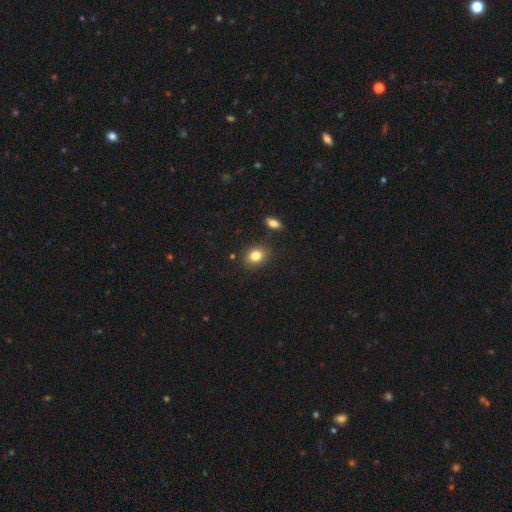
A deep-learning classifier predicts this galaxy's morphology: This appears to be a smooth galaxy with no disk features (82%) that is round (50%). Merging: none (86%).